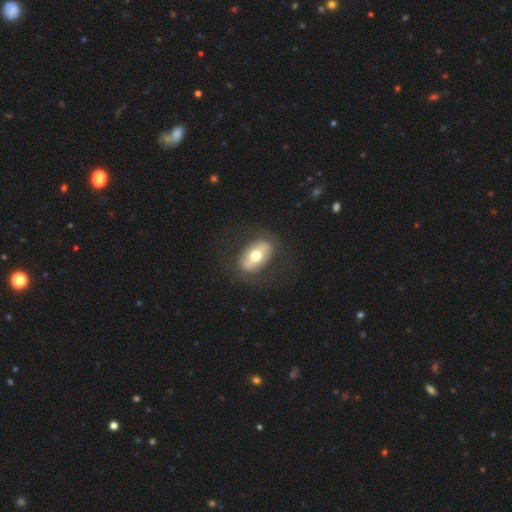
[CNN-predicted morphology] A smooth galaxy with no disk features (52%) that is in between round and cigar-shaped (86%). Merging: none (81%).